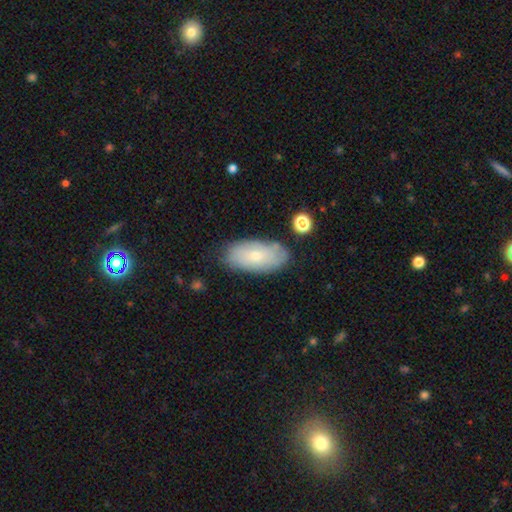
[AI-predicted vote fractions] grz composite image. It shows a smooth galaxy with no disk features (63%) that is in between round and cigar-shaped (93%). Merging: none (76%).